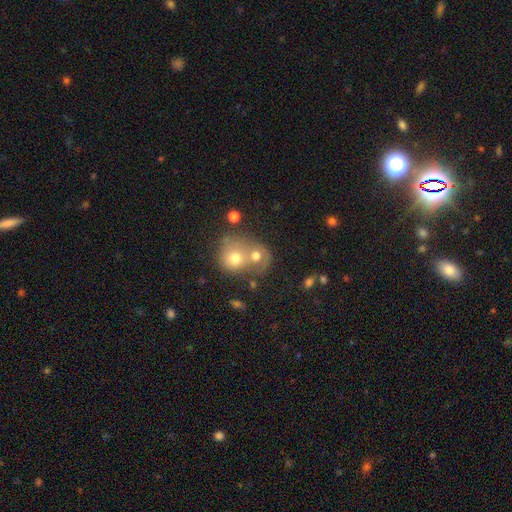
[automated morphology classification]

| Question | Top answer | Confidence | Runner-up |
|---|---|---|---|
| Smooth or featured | smooth | 65% | featured or disk (23%) |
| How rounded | round | 68% | in between (31%) |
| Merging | merger | 69% | none (19%) |